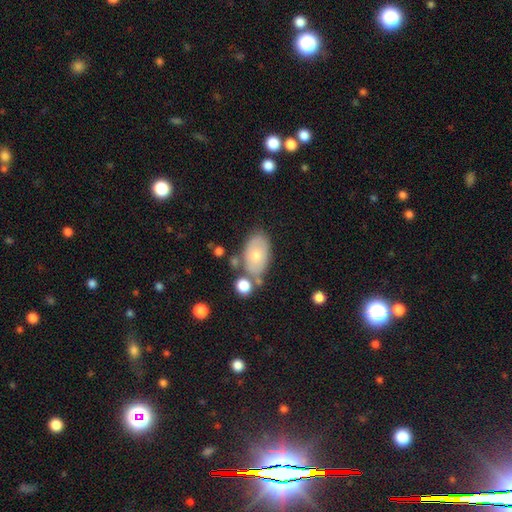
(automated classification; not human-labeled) Overall: smooth (64%; featured or disk 28%). How rounded: in between (91%). Merging: none (61%).